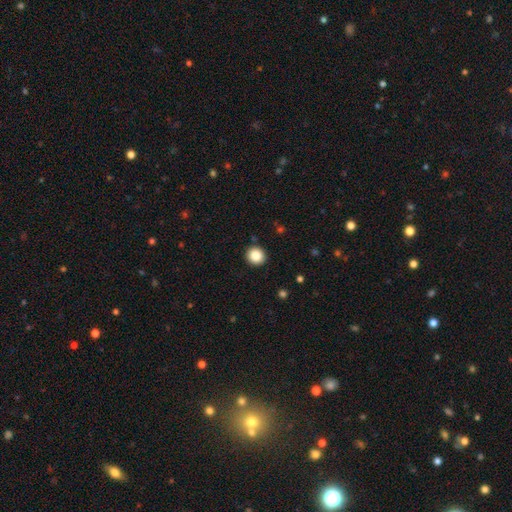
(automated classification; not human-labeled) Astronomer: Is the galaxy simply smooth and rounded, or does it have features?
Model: smooth — 86%.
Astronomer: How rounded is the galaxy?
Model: round — 92%.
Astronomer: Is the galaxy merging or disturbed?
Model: none — 91%.